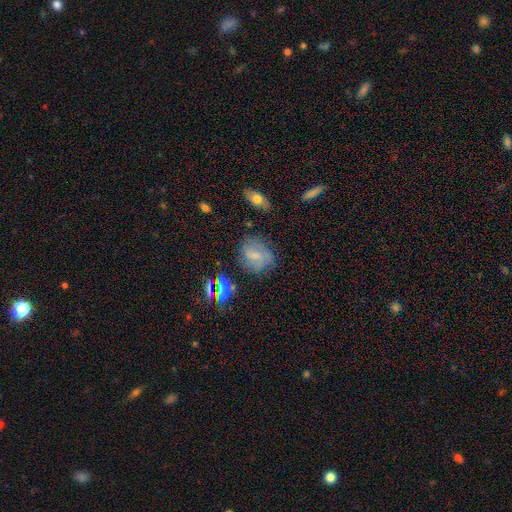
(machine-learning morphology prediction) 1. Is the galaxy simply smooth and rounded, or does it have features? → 52% smooth, 33% featured or disk, 15% star or artifact.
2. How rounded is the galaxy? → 57% round, 42% in between, 2% cigar-shaped.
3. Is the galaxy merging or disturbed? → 67% none, 21% minor disturbance, 9% major disturbance, 3% merger.